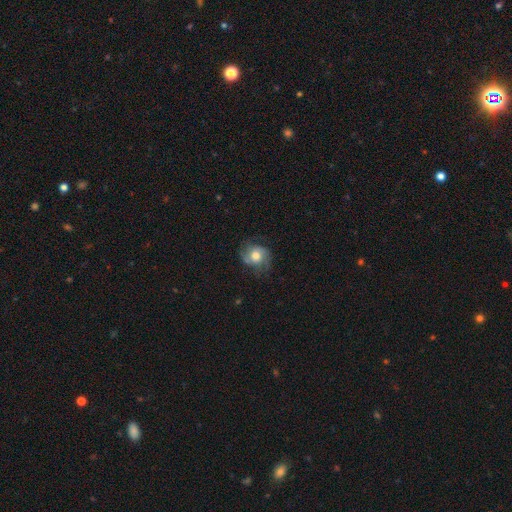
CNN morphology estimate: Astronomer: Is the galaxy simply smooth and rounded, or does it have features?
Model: featured or disk — 56% (runner-up: smooth, 35%).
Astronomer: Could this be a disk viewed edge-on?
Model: no — 97%.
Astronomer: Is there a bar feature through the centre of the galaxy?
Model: no — 74%.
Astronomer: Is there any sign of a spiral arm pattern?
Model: yes — 86%.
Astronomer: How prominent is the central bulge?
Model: moderate — 60%.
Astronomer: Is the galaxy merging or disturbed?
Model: none — 67%.